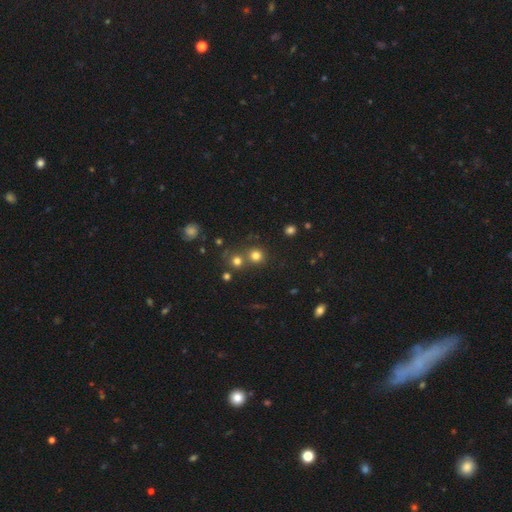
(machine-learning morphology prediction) smooth-or-featured: smooth: 75% | star or artifact: 18% | featured or disk: 7%
  how-rounded: round: 90% | in between: 9% | cigar-shaped: 1%
  merging: none: 69% | merger: 21% | minor disturbance: 7% | major disturbance: 3%